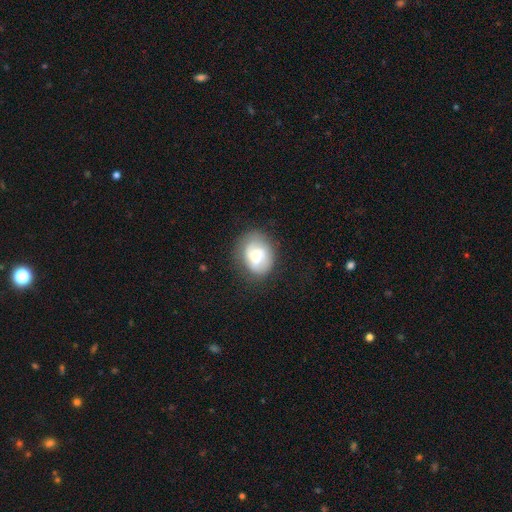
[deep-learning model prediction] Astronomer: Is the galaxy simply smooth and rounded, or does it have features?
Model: smooth — 55% (runner-up: featured or disk, 38%).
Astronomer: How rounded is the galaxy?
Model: round — 53% (runner-up: in between, 46%).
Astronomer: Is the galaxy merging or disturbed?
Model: none — 72%.